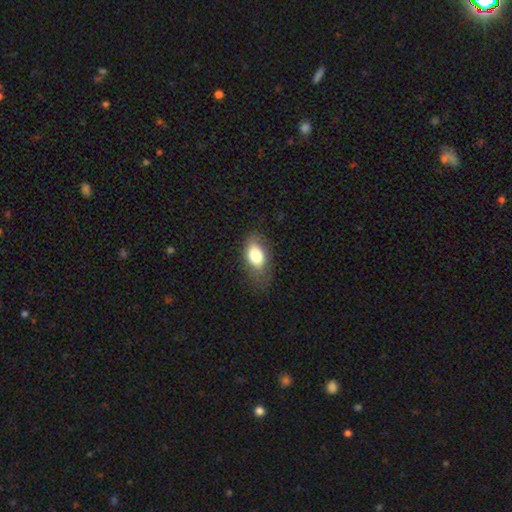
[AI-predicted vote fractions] This appears to be a smooth galaxy with no disk features (74%) that is in between round and cigar-shaped (89%). Merging: none (65%).